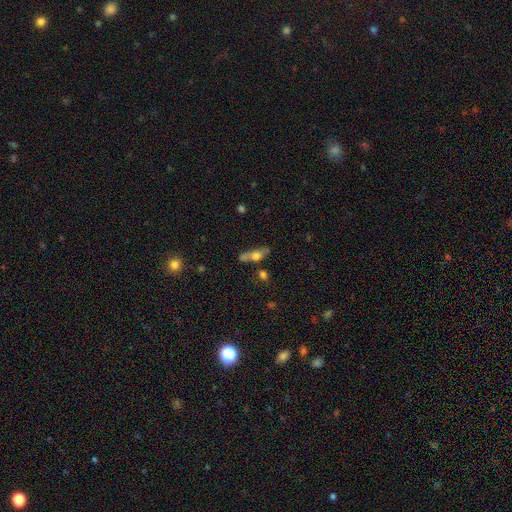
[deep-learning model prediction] This appears to be a smooth galaxy with no disk features (54%) that is in between round and cigar-shaped (46%). Merging: none (50%).